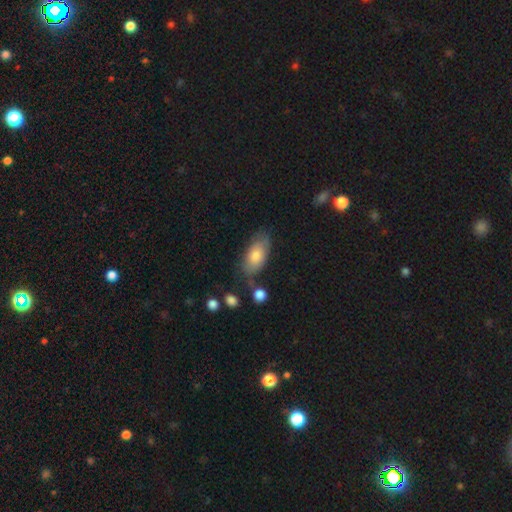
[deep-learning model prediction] Smooth or featured?
  - smooth: 73% *
  - featured or disk: 20%
  - star or artifact: 7%
How rounded?
  - in between: 89% *
  - cigar-shaped: 7%
  - round: 3%
Merging?
  - none: 69% *
  - minor disturbance: 21%
  - major disturbance: 5%
  - merger: 5%